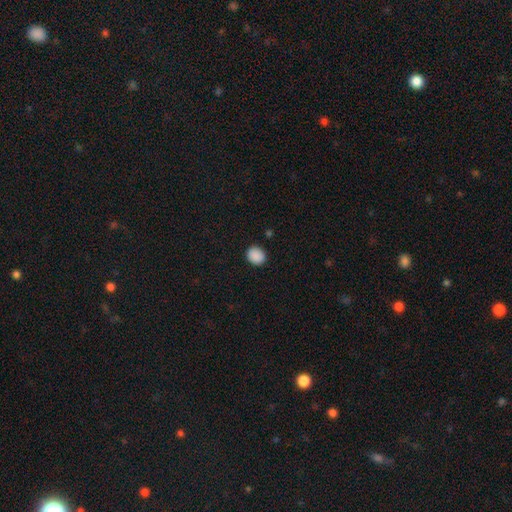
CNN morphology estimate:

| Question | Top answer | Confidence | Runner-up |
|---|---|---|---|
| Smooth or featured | smooth | 89% | star or artifact (8%) |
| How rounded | round | 70% | in between (29%) |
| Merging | none | 90% | minor disturbance (7%) |